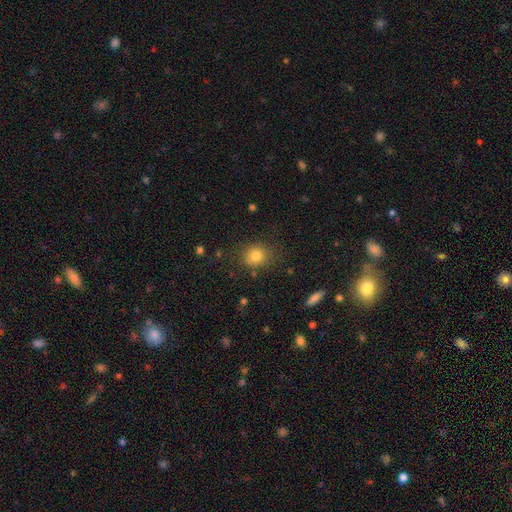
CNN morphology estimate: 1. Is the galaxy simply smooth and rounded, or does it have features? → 79% smooth, 12% star or artifact, 8% featured or disk.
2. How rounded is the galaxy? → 70% round, 29% in between, 1% cigar-shaped.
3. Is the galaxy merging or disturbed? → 80% none, 13% minor disturbance, 4% major disturbance, 2% merger.